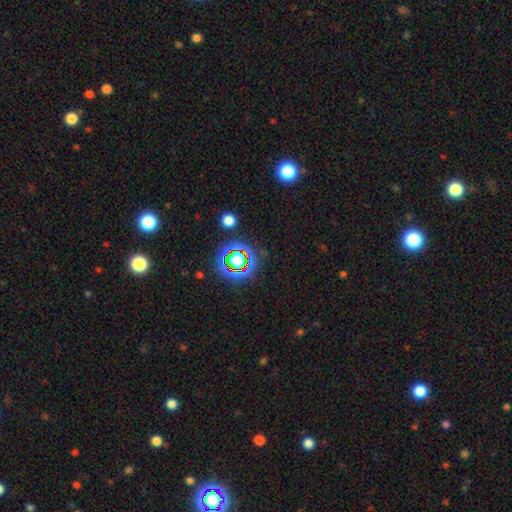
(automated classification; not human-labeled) Q: Smooth or featured?
A: star or artifact (77%); runner-up: smooth (14%)